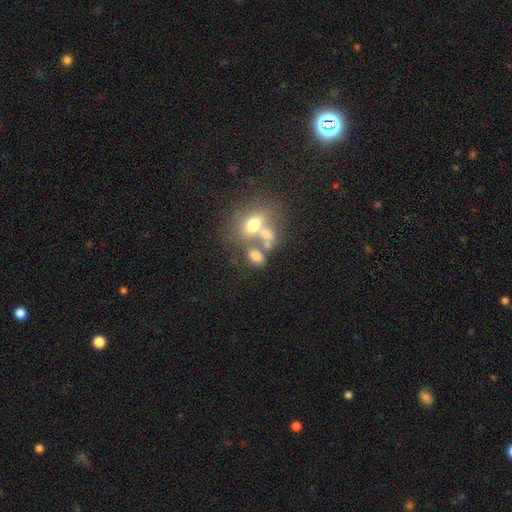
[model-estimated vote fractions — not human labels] Smooth or featured? Predicted: smooth (p=0.68). How rounded? Predicted: in between (p=0.78). Merging? Predicted: merger (p=0.45).